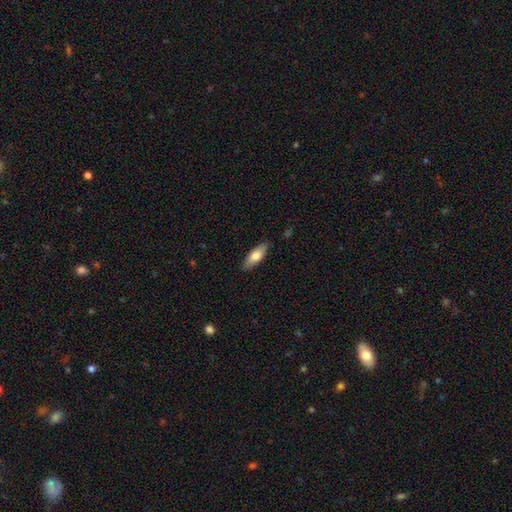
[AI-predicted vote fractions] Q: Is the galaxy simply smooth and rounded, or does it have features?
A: smooth — 72%.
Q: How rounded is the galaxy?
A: in between — 66%.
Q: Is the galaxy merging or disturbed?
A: none — 85%.